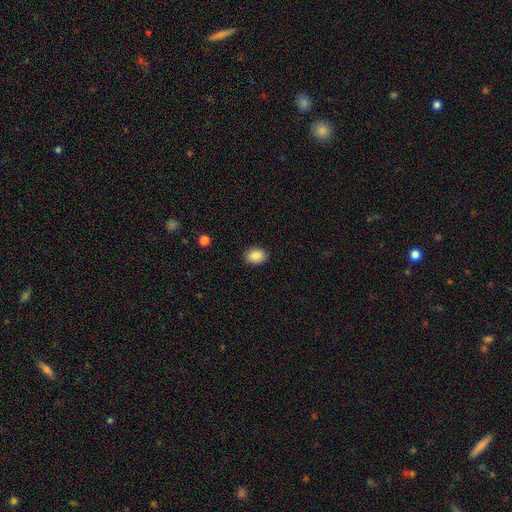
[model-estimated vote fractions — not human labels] smooth-or-featured: smooth: 88% | star or artifact: 8% | featured or disk: 4%
  how-rounded: in between: 62% | round: 37% | cigar-shaped: 1%
  merging: none: 89% | minor disturbance: 8% | major disturbance: 2% | merger: 1%